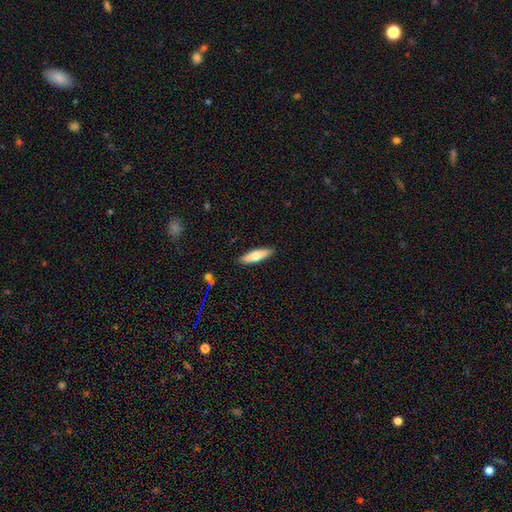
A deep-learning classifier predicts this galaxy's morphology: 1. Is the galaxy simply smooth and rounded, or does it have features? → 66% smooth, 28% featured or disk, 6% star or artifact.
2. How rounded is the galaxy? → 58% cigar-shaped, 40% in between, 2% round.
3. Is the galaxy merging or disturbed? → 90% none, 8% minor disturbance, 2% major disturbance, 1% merger.